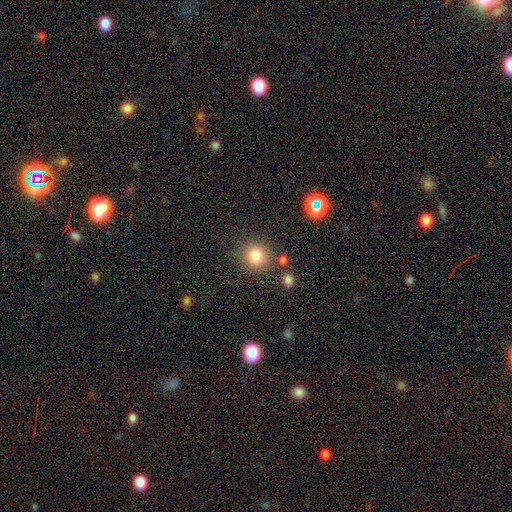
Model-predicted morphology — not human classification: A smooth galaxy with no disk features (81%) that is round (89%). Merging: none (80%).